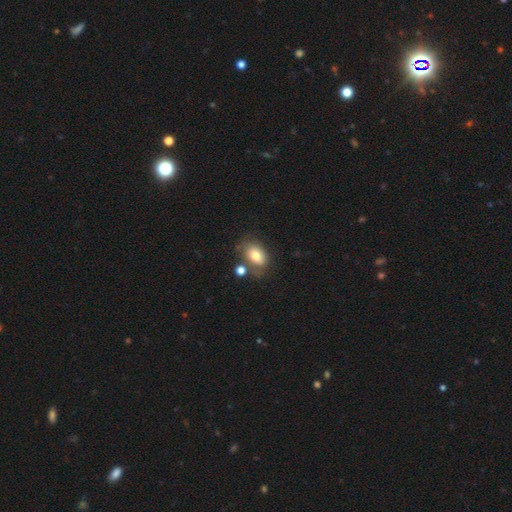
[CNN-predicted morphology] Smooth or featured: smooth — 75% (featured or disk — 16%)
How rounded: in between — 83% (round — 16%)
Merging: none — 53% (minor disturbance — 21%)